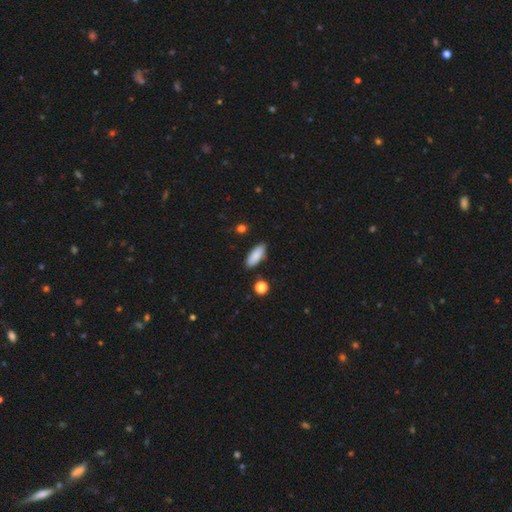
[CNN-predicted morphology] Overall: smooth (88%). How rounded: in between (77%). Merging: none (87%).